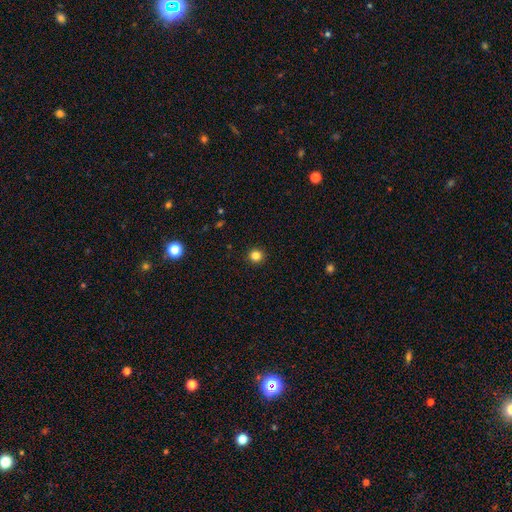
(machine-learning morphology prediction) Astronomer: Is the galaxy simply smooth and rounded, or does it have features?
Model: smooth — 84%.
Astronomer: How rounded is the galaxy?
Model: round — 94%.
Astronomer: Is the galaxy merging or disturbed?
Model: none — 93%.